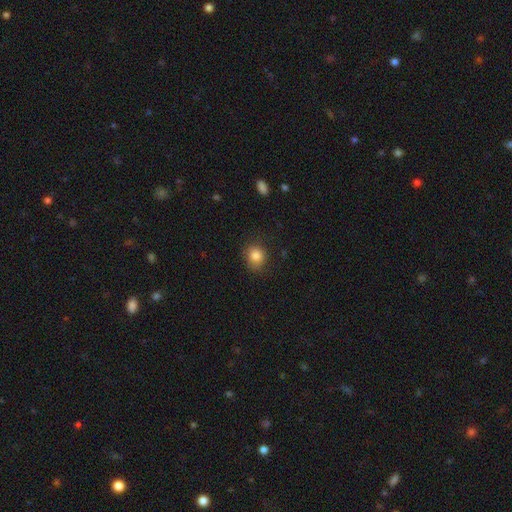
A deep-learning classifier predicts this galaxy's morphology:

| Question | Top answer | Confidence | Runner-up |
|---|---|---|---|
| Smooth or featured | smooth | 84% | star or artifact (10%) |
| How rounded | round | 74% | in between (25%) |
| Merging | none | 77% | minor disturbance (17%) |